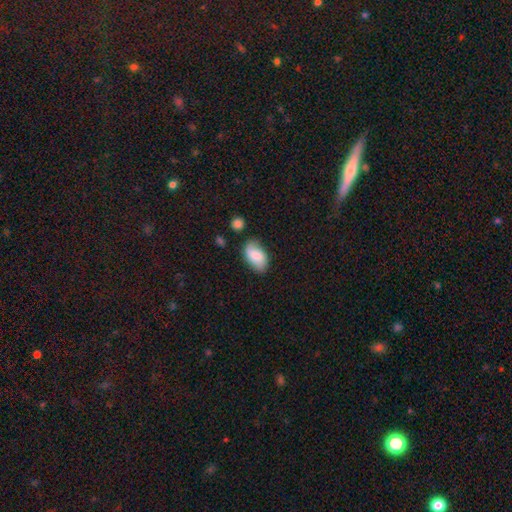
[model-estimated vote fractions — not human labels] Morphology: type=smooth (74%); roundness=in between (93%); merging=none (69%).